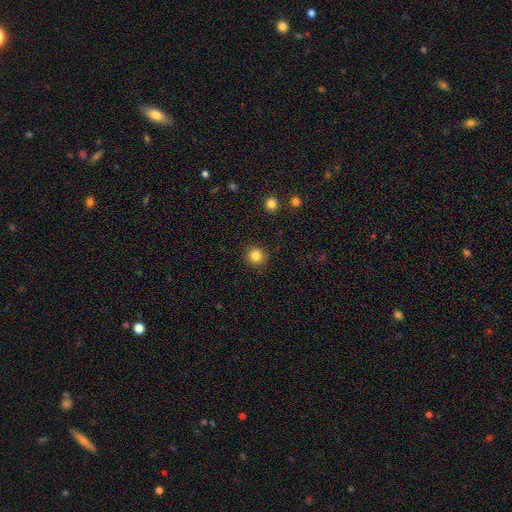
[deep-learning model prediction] Morphology: type=smooth (84%); roundness=round (94%); merging=none (91%).